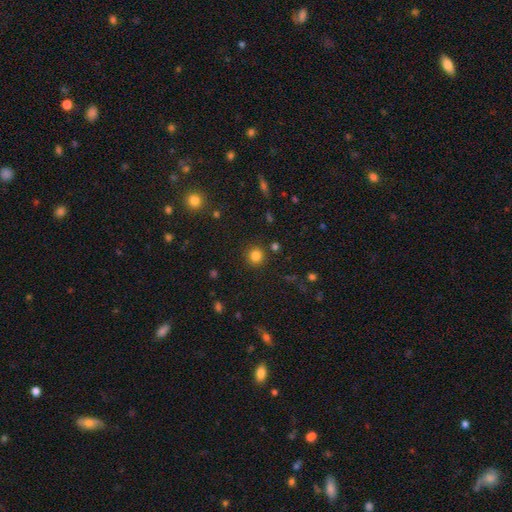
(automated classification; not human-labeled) smooth_or_featured: smooth (p=0.82) [alt: star or artifact p=0.13]
how_rounded: round (p=0.92) [alt: in between p=0.07]
merging: none (p=0.89) [alt: minor disturbance p=0.06]